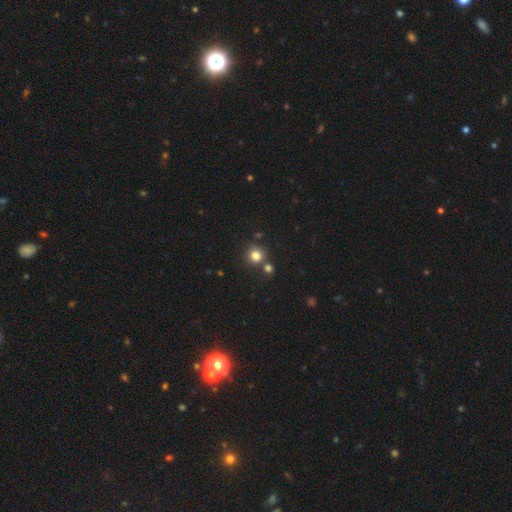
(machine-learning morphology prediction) Overall: smooth (80%). How rounded: round (90%). Merging: none (72%).